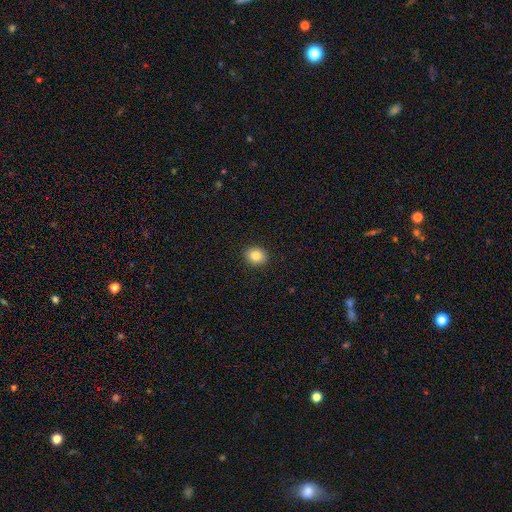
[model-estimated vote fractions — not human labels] Smooth or featured? smooth (85%)
How rounded? round (50%)
Merging? none (90%)